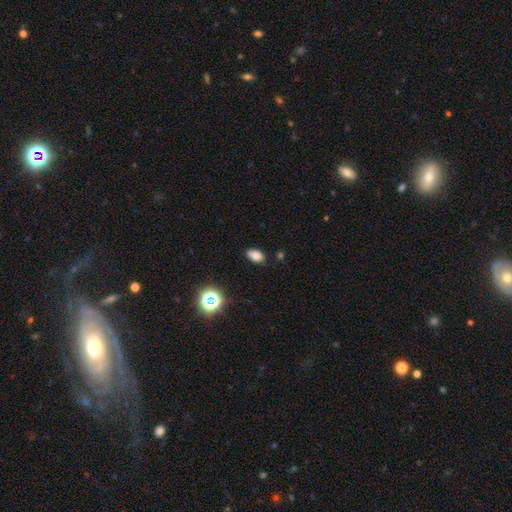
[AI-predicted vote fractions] Overall: smooth (79%). How rounded: in between (90%). Merging: none (80%).